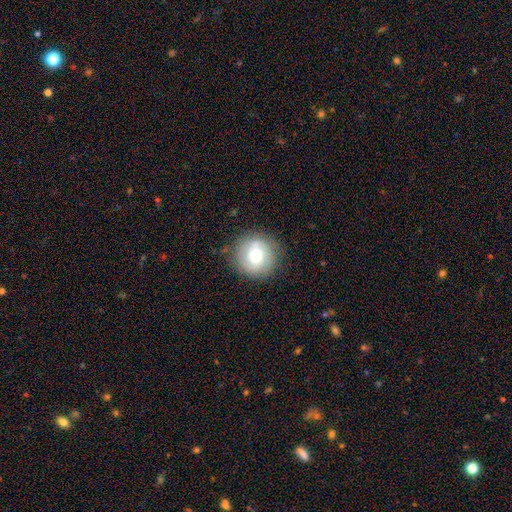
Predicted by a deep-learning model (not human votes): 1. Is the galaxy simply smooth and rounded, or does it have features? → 51% smooth, 40% featured or disk, 8% star or artifact.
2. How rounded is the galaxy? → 94% round, 5% in between, 1% cigar-shaped.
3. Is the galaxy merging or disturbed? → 84% none, 11% minor disturbance, 4% major disturbance, 1% merger.